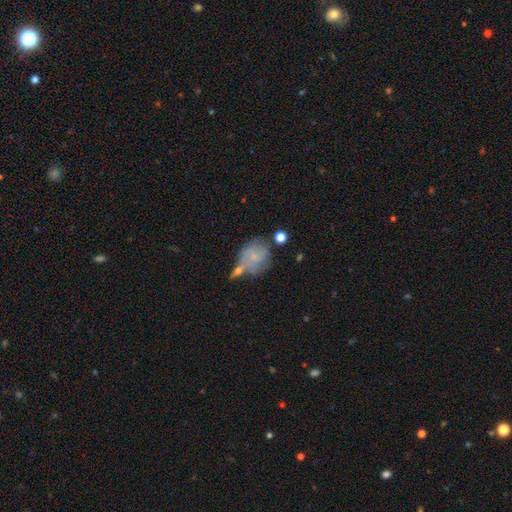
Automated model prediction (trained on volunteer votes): Overall: featured or disk (55%; smooth 35%). Edge-on disk: no (97%). Bar: no (65%; weak 30%). Spiral arms: yes (76%). Bulge size: small (66%). Merging: none (39%; minor disturbance 23%).